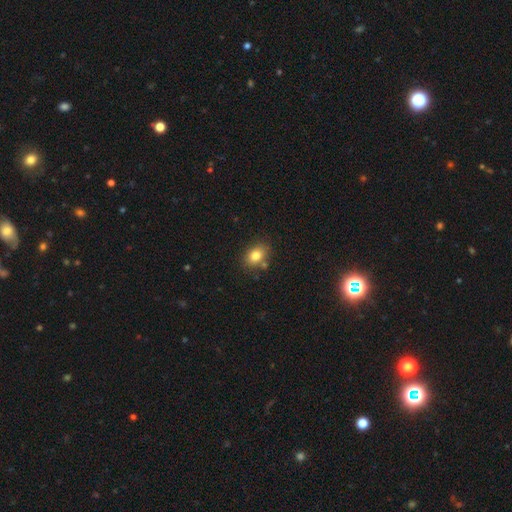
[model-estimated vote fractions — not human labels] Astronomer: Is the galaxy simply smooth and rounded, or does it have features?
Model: smooth — 81%.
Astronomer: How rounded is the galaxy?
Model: in between — 66%.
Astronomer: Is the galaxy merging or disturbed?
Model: none — 74%.